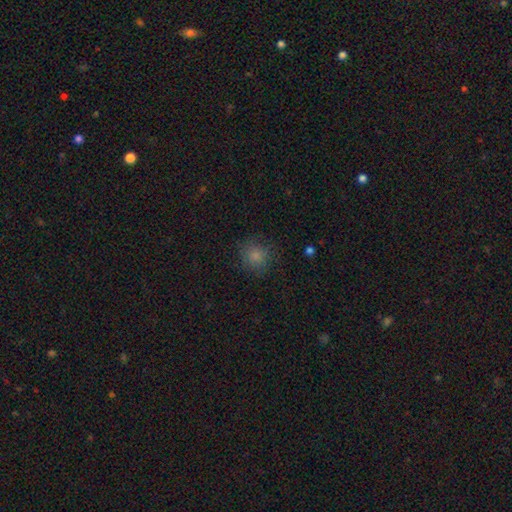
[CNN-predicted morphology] This is clearly a smooth galaxy (81%). How rounded: clearly round (88%). Merging: clearly none (82%).